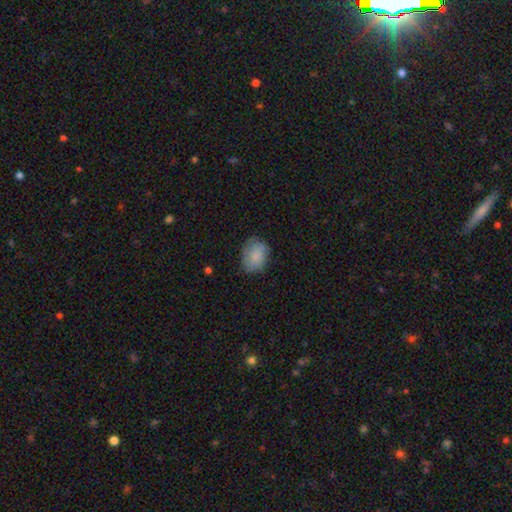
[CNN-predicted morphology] Overall: smooth (83%). How rounded: in between (63%; round 36%). Merging: none (75%).